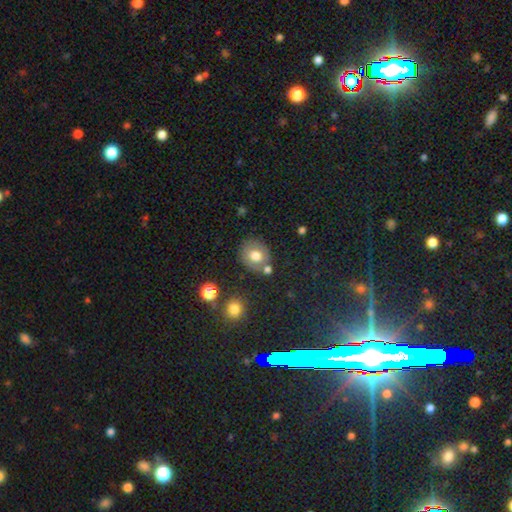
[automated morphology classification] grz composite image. It shows a smooth galaxy with no disk features (74%) that is round (65%). Merging: none (71%).